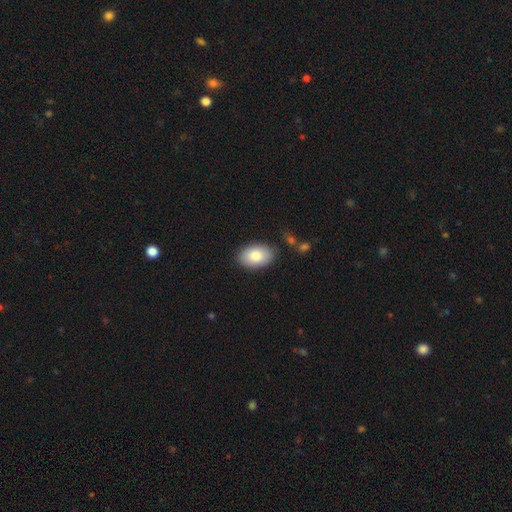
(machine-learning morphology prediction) smooth-or-featured: smooth: 83% | featured or disk: 10% | star or artifact: 6%
  how-rounded: in between: 90% | round: 9% | cigar-shaped: 1%
  merging: none: 85% | minor disturbance: 10% | major disturbance: 2% | merger: 2%